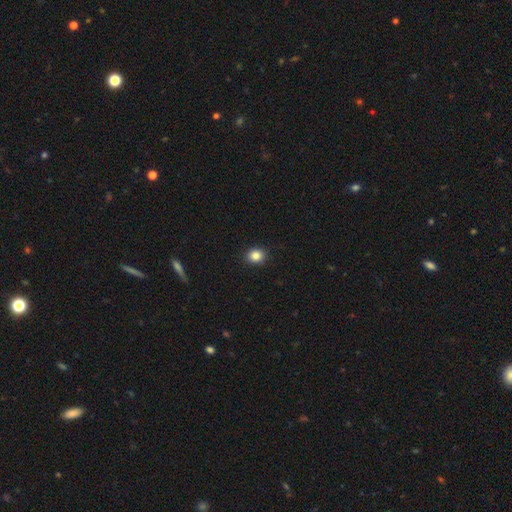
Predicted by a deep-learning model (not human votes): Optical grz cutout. It shows a smooth galaxy with no disk features (85%) that is round (68%). Merging: none (92%).